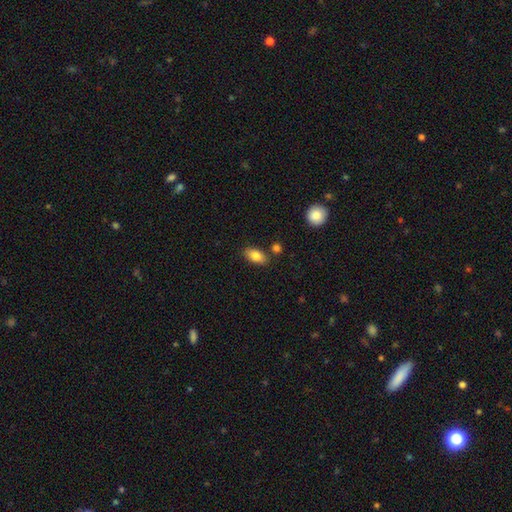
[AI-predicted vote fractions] The model was most divided on "merging": none: 80%, minor disturbance: 12%, merger: 6%, major disturbance: 2%. More confident: how rounded — in between (90%); smooth or featured — smooth (83%).